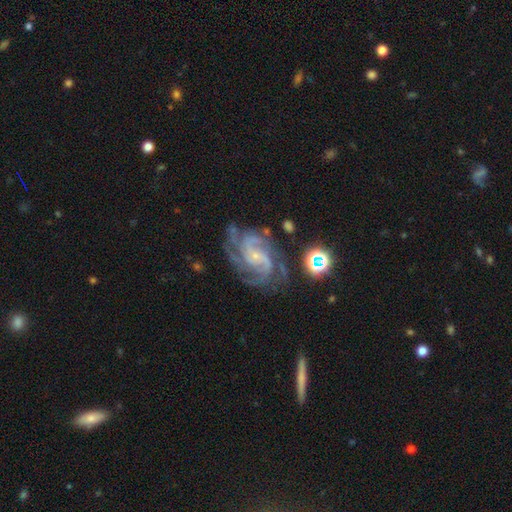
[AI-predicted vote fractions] A featured or disk galaxy (89%) with no bar (59%), 3 (32%) tight (51%) spiral arms (98%) and a small central bulge (79%). Merging: none (69%).